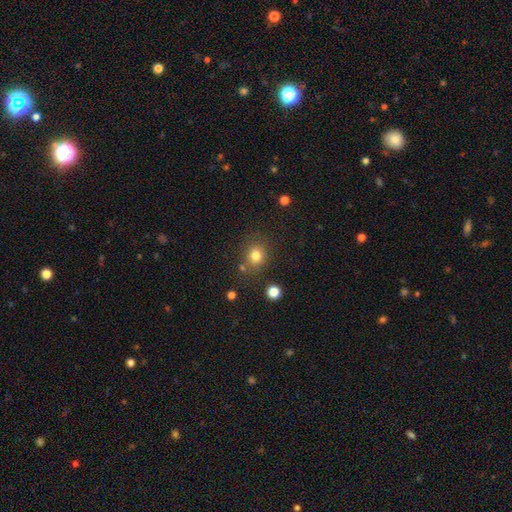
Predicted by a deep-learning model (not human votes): smooth_or_featured: smooth (p=0.80) [alt: star or artifact p=0.13]
how_rounded: round (p=0.73) [alt: in between p=0.26]
merging: none (p=0.74) [alt: minor disturbance p=0.13]